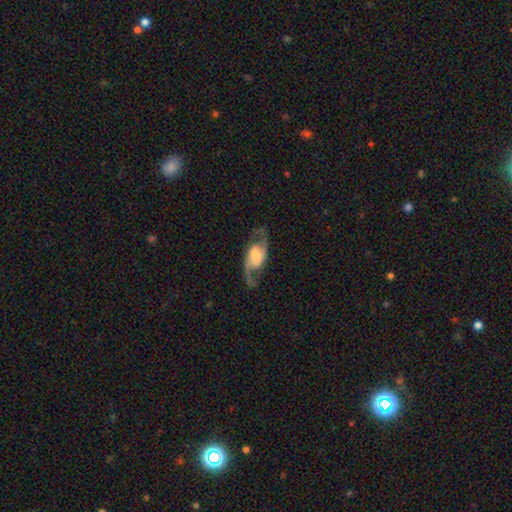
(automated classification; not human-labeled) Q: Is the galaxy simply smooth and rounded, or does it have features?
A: featured or disk — 86%.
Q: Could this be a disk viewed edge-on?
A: no — 95%.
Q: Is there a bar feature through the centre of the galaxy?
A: no — 48%.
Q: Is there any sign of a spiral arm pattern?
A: yes — 95%.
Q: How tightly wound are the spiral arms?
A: loose — 49%.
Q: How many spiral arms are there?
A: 2 — 93%.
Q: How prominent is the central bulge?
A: moderate — 36%.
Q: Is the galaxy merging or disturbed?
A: none — 78%.